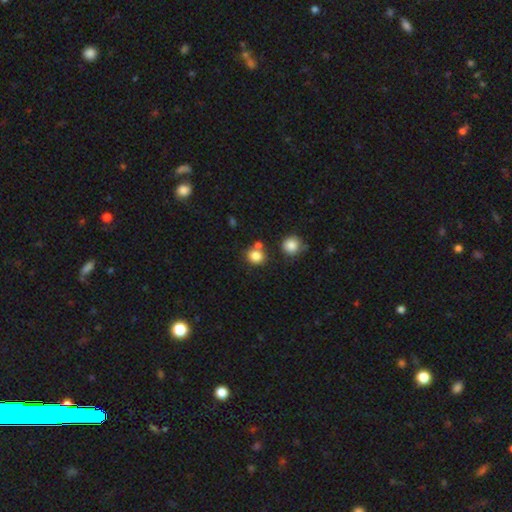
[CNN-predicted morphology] type=smooth (83%); roundness=round (77%); merging=none (68%).